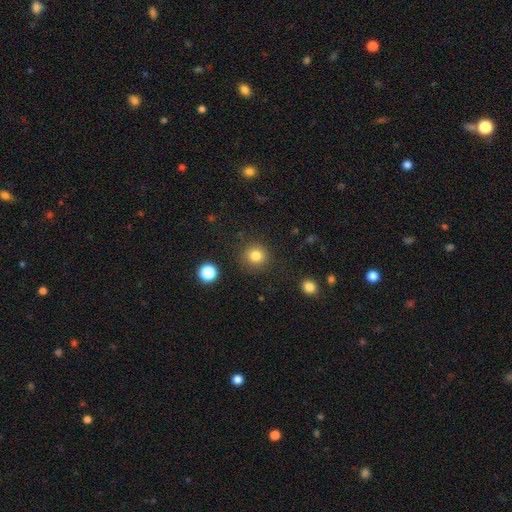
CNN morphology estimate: Smooth or featured? smooth (82%)
How rounded? round (92%)
Merging? none (88%)